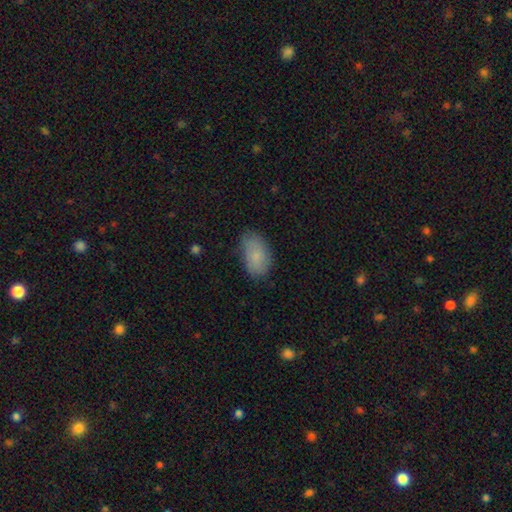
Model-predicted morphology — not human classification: Smooth or featured? smooth (83%)
How rounded? in between (93%)
Merging? none (72%)